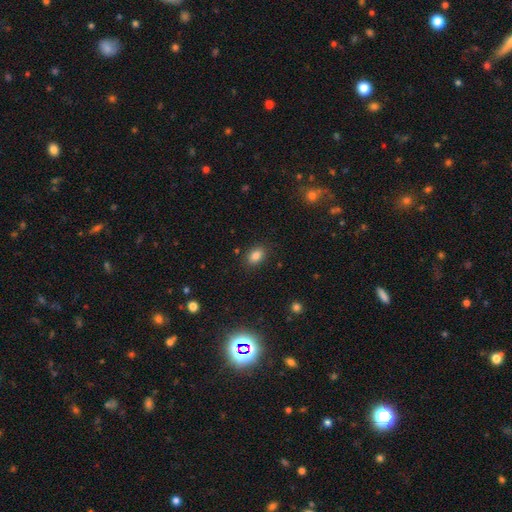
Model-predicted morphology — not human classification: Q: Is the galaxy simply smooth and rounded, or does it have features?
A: smooth — 83%.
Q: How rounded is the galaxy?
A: in between — 81%.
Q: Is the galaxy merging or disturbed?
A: none — 87%.